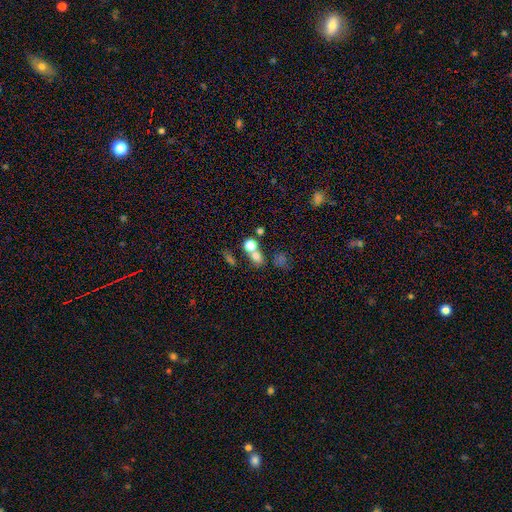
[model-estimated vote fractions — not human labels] smooth 71%, star or artifact 17%, featured or disk 12%. Down the decision tree: how rounded — round (67%); merging — merger (45%).